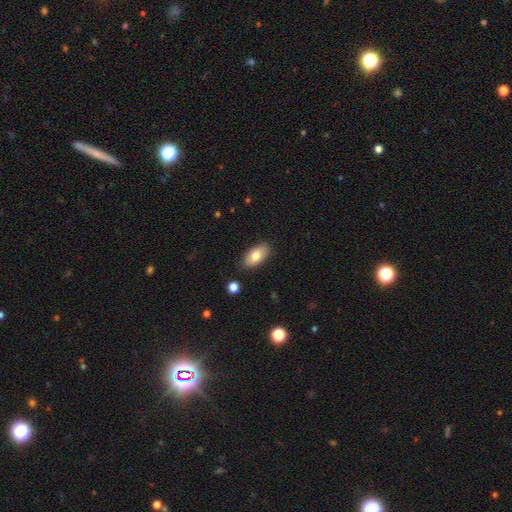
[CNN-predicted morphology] smooth 79%, featured or disk 14%, star or artifact 7%. Down the decision tree: how rounded — in between (92%); merging — none (86%).